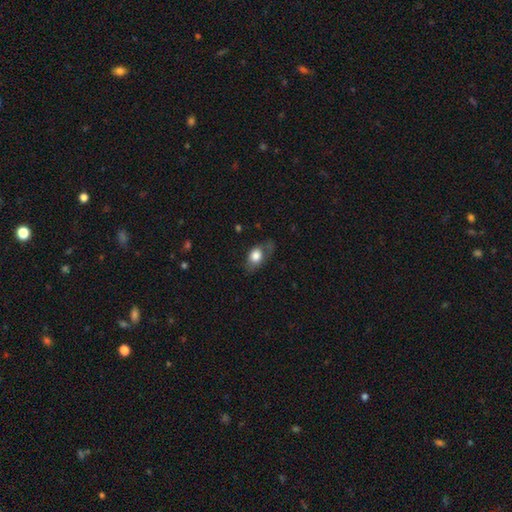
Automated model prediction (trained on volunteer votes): Q: Smooth or featured?
A: smooth (77%); runner-up: featured or disk (15%)
Q: How rounded?
A: in between (76%); runner-up: round (21%)
Q: Merging?
A: none (55%); runner-up: minor disturbance (28%)